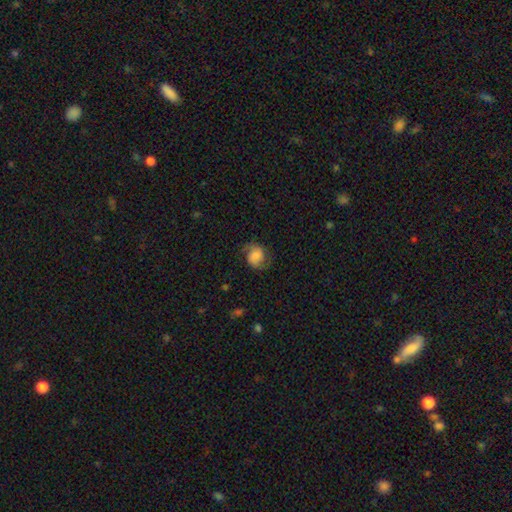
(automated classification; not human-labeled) smooth 47%, featured or disk 43%, star or artifact 10%. Down the decision tree: merging — none (68%).